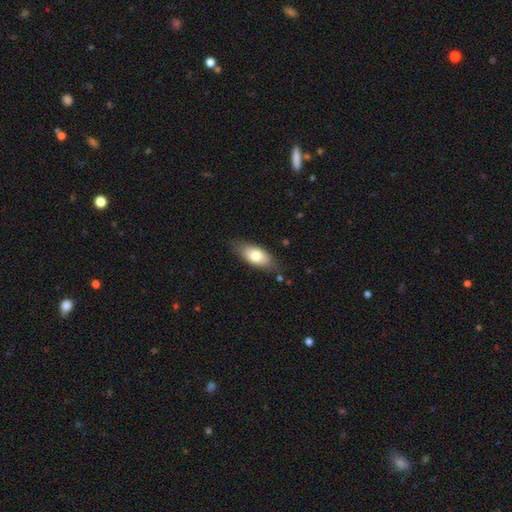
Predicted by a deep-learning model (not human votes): A smooth galaxy with no disk features (75%) that is in between round and cigar-shaped (85%). Merging: none (78%).